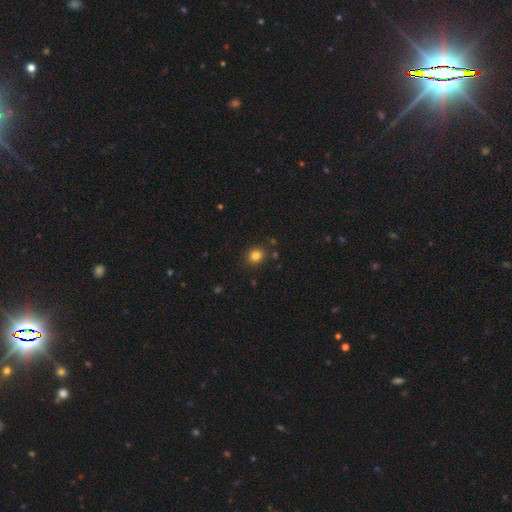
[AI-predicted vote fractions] Smooth or featured? smooth (83%)
How rounded? round (69%)
Merging? none (85%)